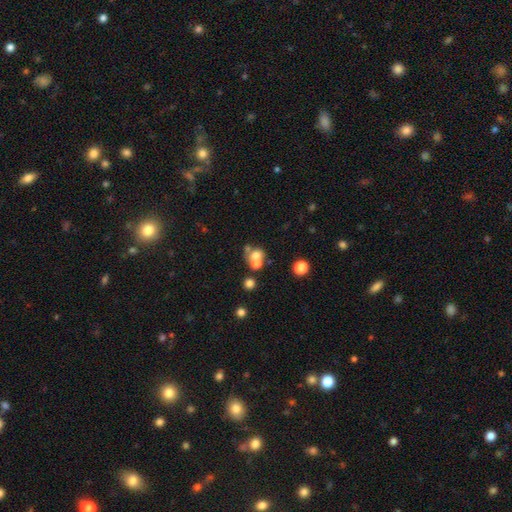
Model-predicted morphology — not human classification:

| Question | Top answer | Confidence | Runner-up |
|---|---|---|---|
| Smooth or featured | smooth | 61% | featured or disk (24%) |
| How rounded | round | 70% | in between (29%) |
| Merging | merger | 52% | none (34%) |